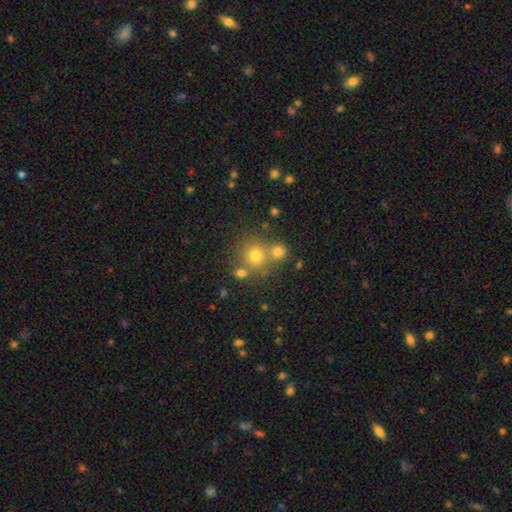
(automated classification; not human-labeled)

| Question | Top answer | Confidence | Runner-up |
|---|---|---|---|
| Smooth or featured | smooth | 72% | star or artifact (18%) |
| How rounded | round | 90% | in between (9%) |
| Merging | none | 61% | merger (27%) |